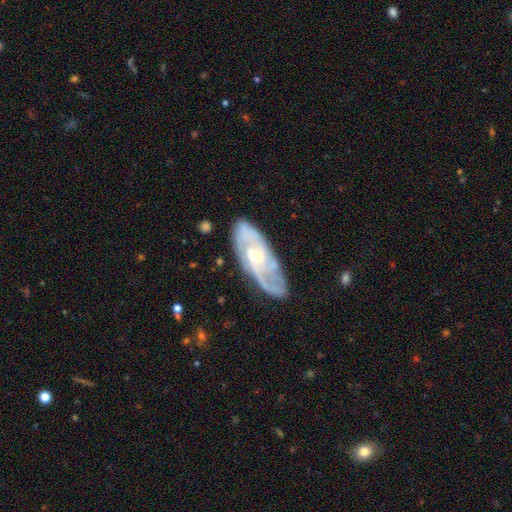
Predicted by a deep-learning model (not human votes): Overall: featured or disk (81%). Edge-on disk: no (89%). Bar: no (64%; weak 30%). Spiral arms: yes (90%). Spiral arm count: 2 (41%; can't tell 34%). Spiral winding: tight (47%; medium 39%). Bulge size: small (58%; moderate 38%). Merging: none (73%).